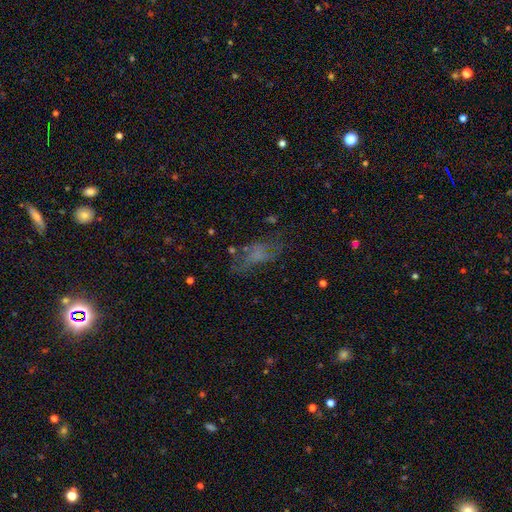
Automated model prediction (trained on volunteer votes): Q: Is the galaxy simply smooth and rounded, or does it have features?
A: smooth — 40%.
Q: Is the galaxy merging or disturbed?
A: none — 47%.